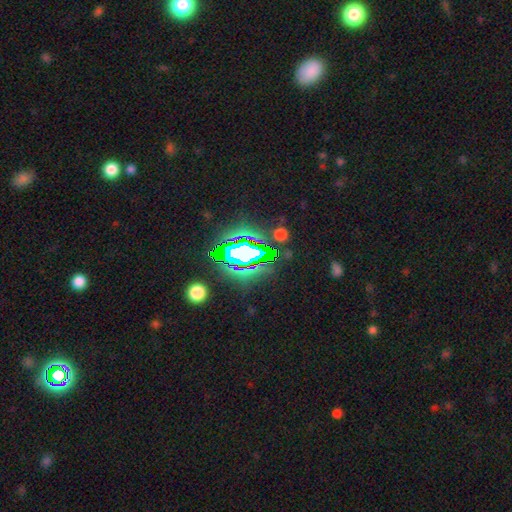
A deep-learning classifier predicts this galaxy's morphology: Smooth or featured?
  - star or artifact: 65% *
  - featured or disk: 18%
  - smooth: 17%